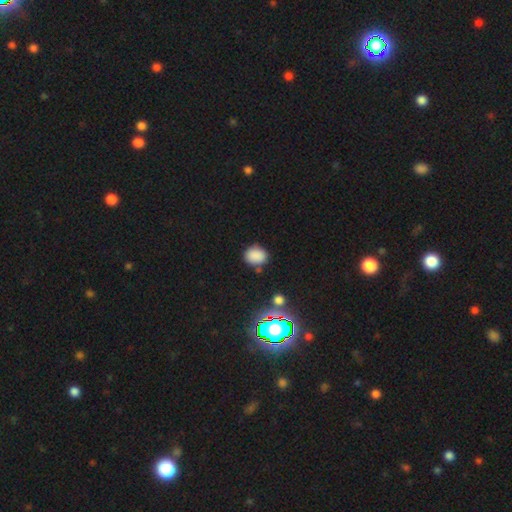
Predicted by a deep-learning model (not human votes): This appears to be a smooth galaxy with no disk features (81%) that is in between round and cigar-shaped (50%). Merging: none (78%).